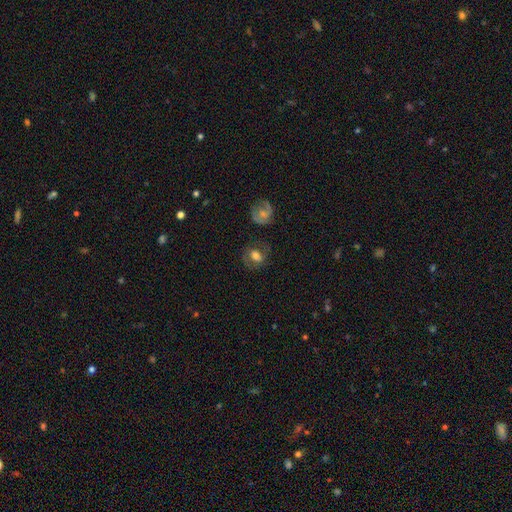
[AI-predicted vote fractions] smooth_or_featured: smooth (p=0.47) [alt: featured or disk p=0.44]
merging: none (p=0.70) [alt: minor disturbance p=0.16]